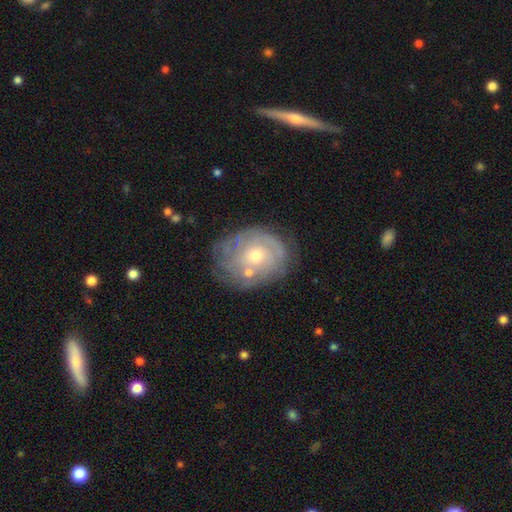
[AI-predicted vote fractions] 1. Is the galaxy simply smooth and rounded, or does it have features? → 70% featured or disk, 23% smooth, 7% star or artifact.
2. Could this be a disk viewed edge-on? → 97% no, 3% yes.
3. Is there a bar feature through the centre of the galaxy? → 83% no, 15% weak, 3% strong.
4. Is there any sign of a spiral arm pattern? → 78% yes, 22% no.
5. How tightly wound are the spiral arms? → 73% tight, 19% medium, 7% loose.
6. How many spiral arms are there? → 56% can't tell, 14% 2, 12% 3, 8% 4, 5% 1, 5% more than 4.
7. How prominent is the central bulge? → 52% small, 44% moderate, 2% large, 1% none, 1% dominant.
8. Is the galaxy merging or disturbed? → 65% none, 20% minor disturbance, 8% major disturbance, 7% merger.